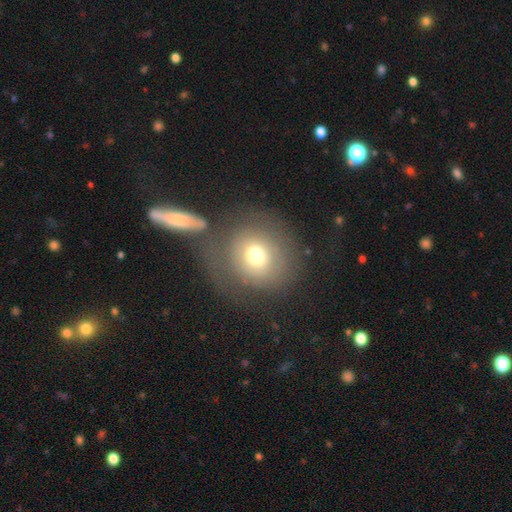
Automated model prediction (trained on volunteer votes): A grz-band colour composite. It shows a smooth galaxy with no disk features (66%) that is round (85%). Merging: none (52%).